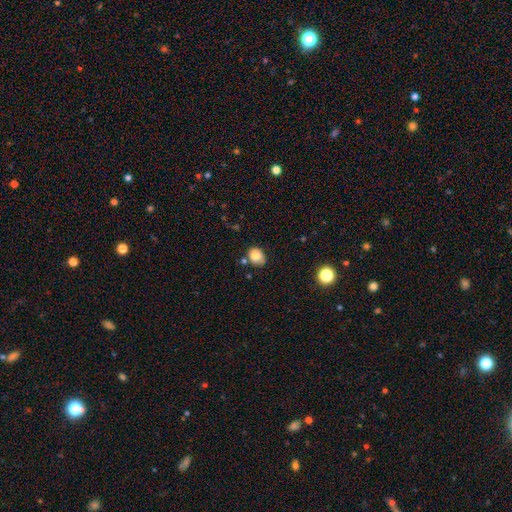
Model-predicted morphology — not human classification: smooth 83%, star or artifact 10%, featured or disk 7%. Down the decision tree: how rounded — round (53%); merging — none (64%).